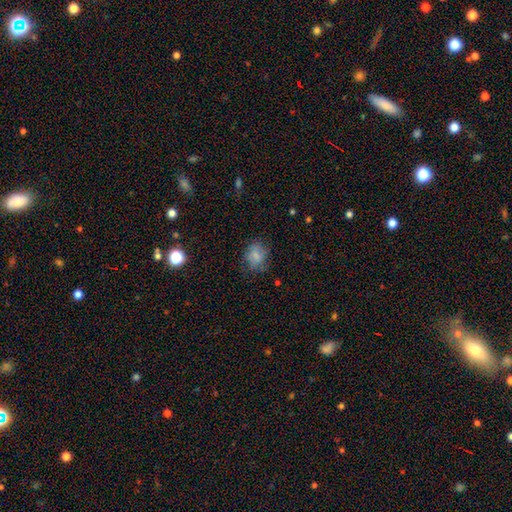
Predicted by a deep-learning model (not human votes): smooth-or-featured: smooth: 76% | featured or disk: 13% | star or artifact: 11%
  how-rounded: round: 57% | in between: 42% | cigar-shaped: 1%
  merging: none: 67% | minor disturbance: 22% | major disturbance: 9% | merger: 2%